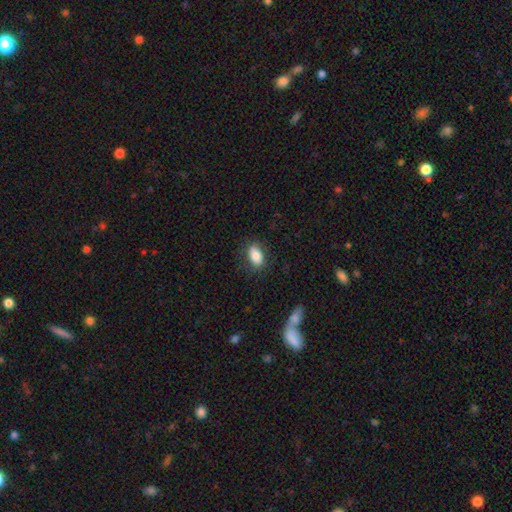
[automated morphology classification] A smooth galaxy with no disk features (82%) that is in between round and cigar-shaped (89%). Merging: none (80%).